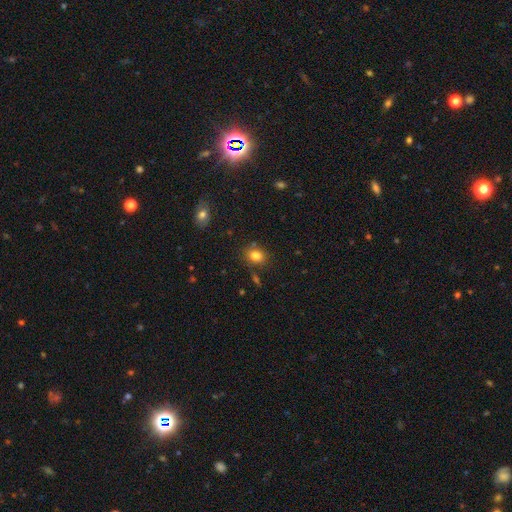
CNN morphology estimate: A smooth galaxy with no disk features (81%) that is in between round and cigar-shaped (54%). Merging: none (77%).